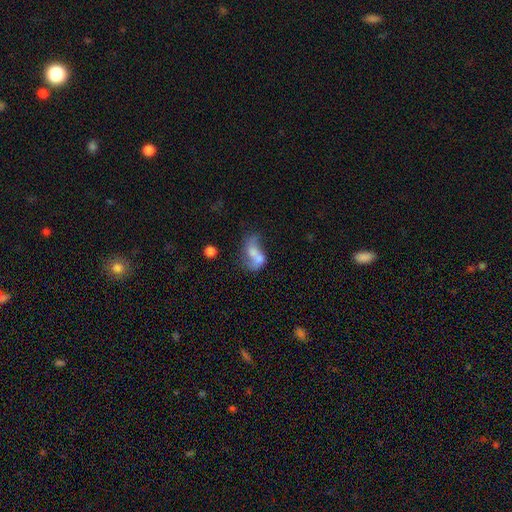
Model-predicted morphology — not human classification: Q: Smooth or featured?
A: smooth (48%); runner-up: featured or disk (41%)
Q: Merging?
A: merger (55%); runner-up: major disturbance (19%)